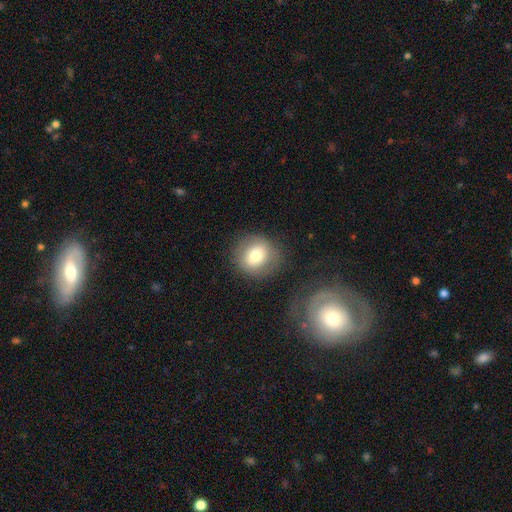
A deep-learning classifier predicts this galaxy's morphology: Overall: smooth (72%). How rounded: round (82%). Merging: none (78%).